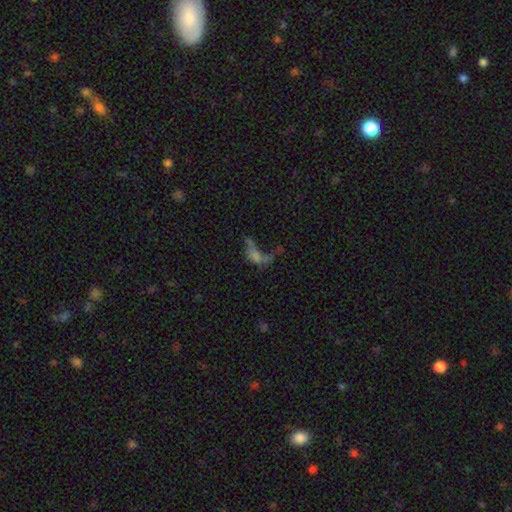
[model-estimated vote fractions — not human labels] smooth_or_featured: smooth (p=0.42) [alt: featured or disk p=0.34]
merging: major disturbance (p=0.42) [alt: merger p=0.26]